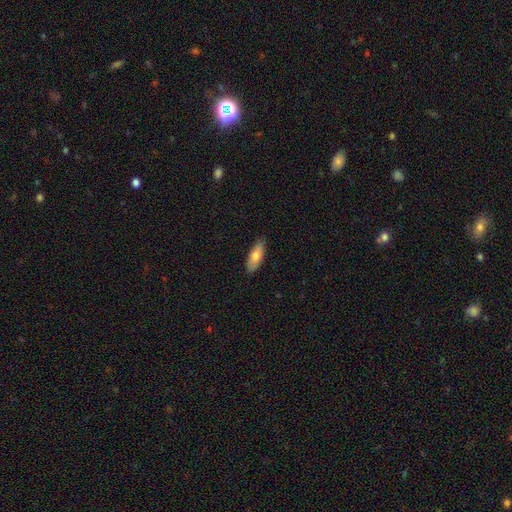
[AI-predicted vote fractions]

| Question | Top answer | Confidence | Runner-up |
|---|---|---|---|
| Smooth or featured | smooth | 74% | featured or disk (20%) |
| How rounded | in between | 69% | cigar-shaped (29%) |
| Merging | none | 85% | minor disturbance (12%) |